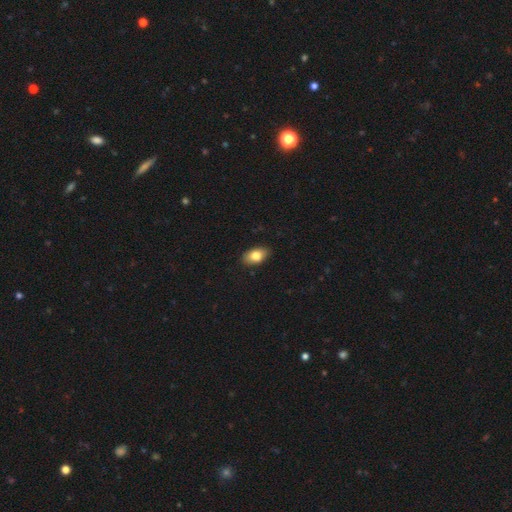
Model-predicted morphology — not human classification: Q: Smooth or featured?
A: smooth (81%); runner-up: featured or disk (11%)
Q: How rounded?
A: in between (91%); runner-up: round (7%)
Q: Merging?
A: none (86%); runner-up: minor disturbance (11%)